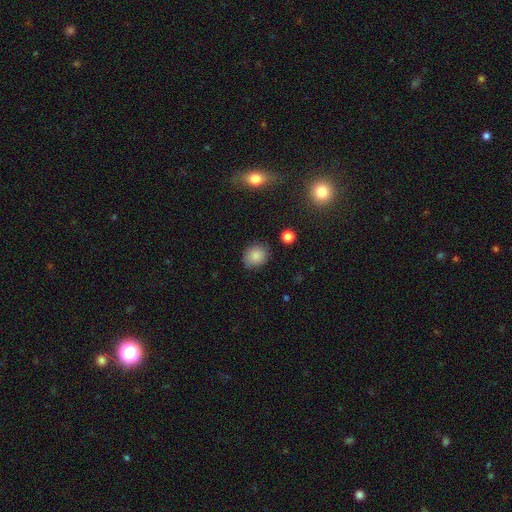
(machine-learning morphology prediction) smooth_or_featured: smooth (p=0.85) [alt: star or artifact p=0.09]
how_rounded: round (p=0.63) [alt: in between p=0.36]
merging: none (p=0.83) [alt: minor disturbance p=0.12]